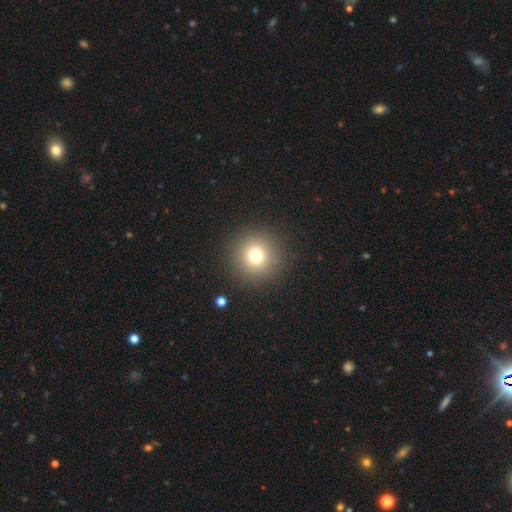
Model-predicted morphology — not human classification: A smooth galaxy with no disk features (74%) that is round (96%).

Vote fractions:
- Smooth or featured? smooth: 74% / star or artifact: 16% / featured or disk: 10%
- How rounded? round: 96% / in between: 3% / cigar-shaped: 1%
- Merging? none: 91% / minor disturbance: 5% / major disturbance: 3% / merger: 1%